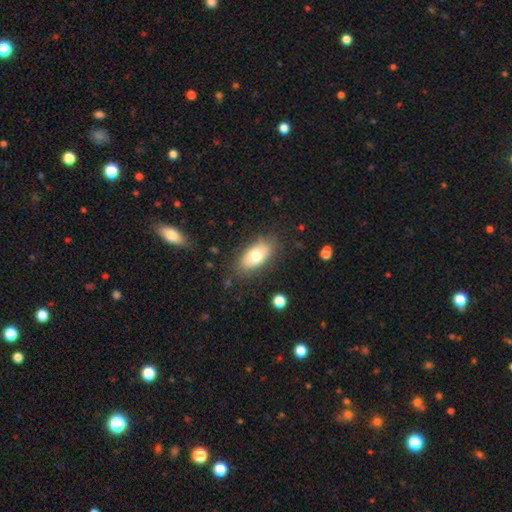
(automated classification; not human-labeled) smooth-or-featured: smooth: 70% | featured or disk: 23% | star or artifact: 7%
  how-rounded: in between: 91% | round: 5% | cigar-shaped: 4%
  merging: none: 79% | minor disturbance: 15% | major disturbance: 5% | merger: 2%